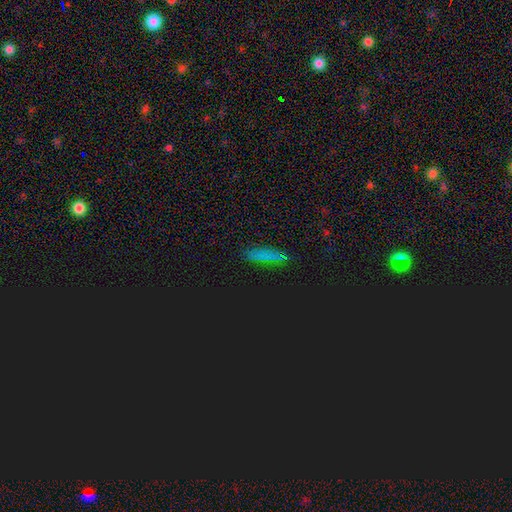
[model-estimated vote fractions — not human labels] A smooth galaxy with no disk features (50%) that is cigar-shaped (61%).

Vote fractions:
- Smooth or featured? smooth: 50% / star or artifact: 40% / featured or disk: 10%
- How rounded? cigar-shaped: 61% / in between: 33% / round: 7%
- Merging? none: 77% / minor disturbance: 15% / major disturbance: 5% / merger: 4%